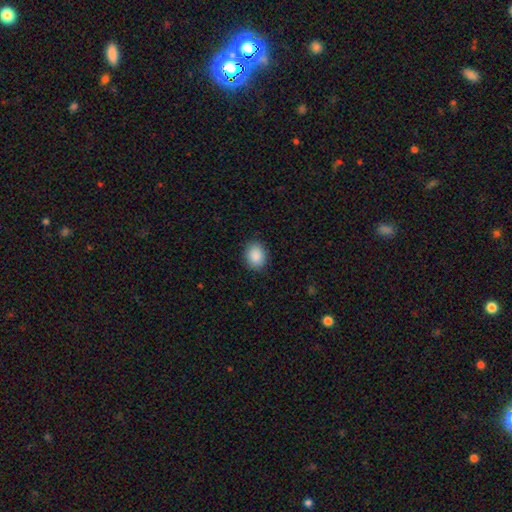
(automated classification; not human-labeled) smooth-or-featured: smooth: 89% | star or artifact: 8% | featured or disk: 3%
  how-rounded: in between: 51% | round: 48% | cigar-shaped: 1%
  merging: none: 88% | minor disturbance: 8% | major disturbance: 2% | merger: 1%